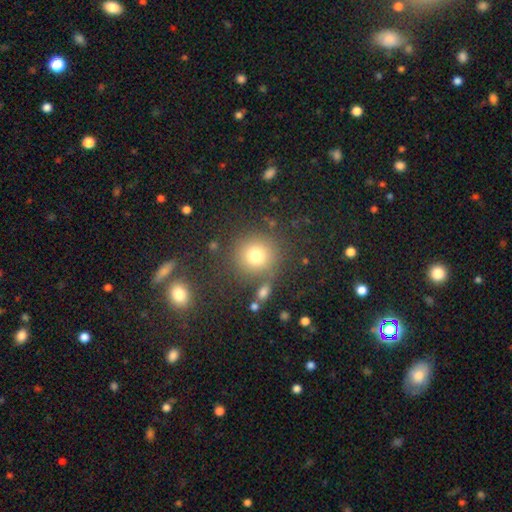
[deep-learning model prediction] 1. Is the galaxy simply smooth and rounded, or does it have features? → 76% smooth, 15% star or artifact, 9% featured or disk.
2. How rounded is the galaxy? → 92% round, 7% in between, 1% cigar-shaped.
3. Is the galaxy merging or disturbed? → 78% none, 9% minor disturbance, 7% merger, 5% major disturbance.